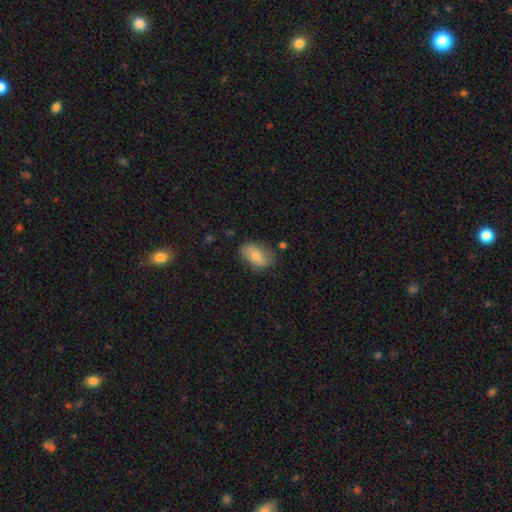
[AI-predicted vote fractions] A smooth galaxy with no disk features (60%) that is in between round and cigar-shaped (87%). Merging: none (74%).